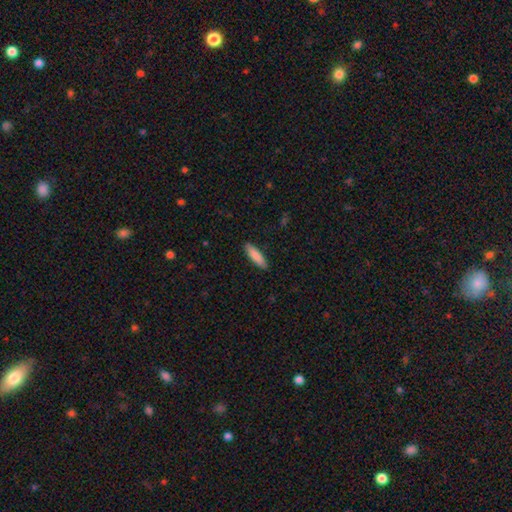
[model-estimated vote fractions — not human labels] Smooth or featured? Predicted: smooth (p=0.85). How rounded? Predicted: cigar-shaped (p=0.71). Merging? Predicted: none (p=0.89).